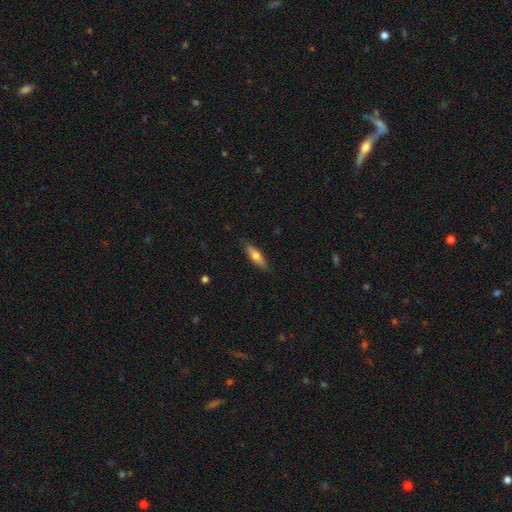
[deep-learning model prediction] smooth_or_featured: smooth (p=0.63) [alt: featured or disk p=0.31]
how_rounded: cigar-shaped (p=0.57) [alt: in between p=0.41]
merging: none (p=0.86) [alt: minor disturbance p=0.11]